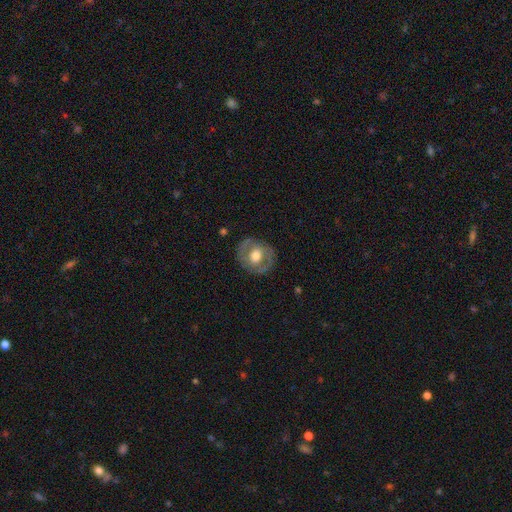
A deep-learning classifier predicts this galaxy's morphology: This appears to be a featured or disk galaxy (52%). Merging: none (80%).